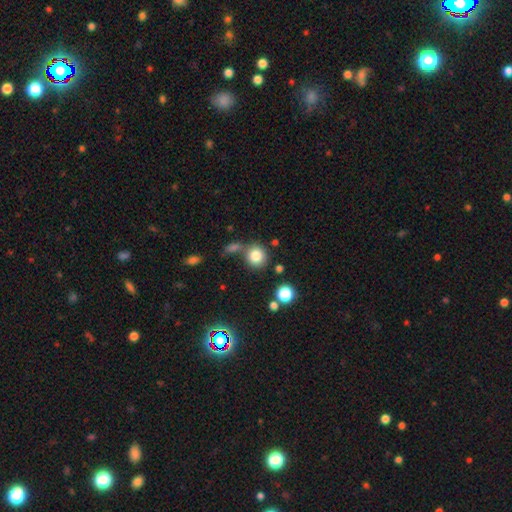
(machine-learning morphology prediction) smooth_or_featured: smooth (p=0.82) [alt: star or artifact p=0.11]
how_rounded: round (p=0.87) [alt: in between p=0.12]
merging: none (p=0.67) [alt: merger p=0.17]